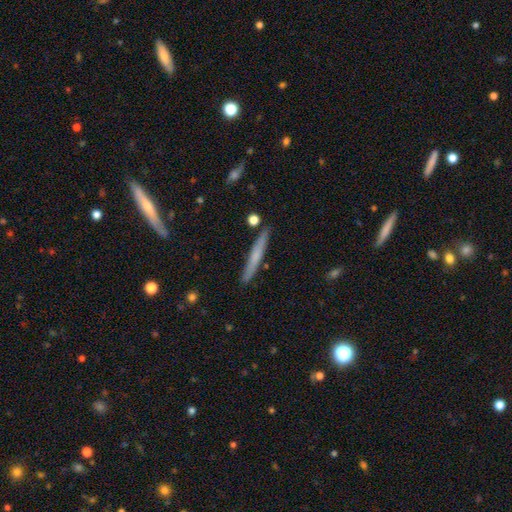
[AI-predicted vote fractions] smooth_or_featured: smooth (p=0.53) [alt: featured or disk p=0.41]
how_rounded: cigar-shaped (p=0.96) [alt: in between p=0.03]
merging: none (p=0.88) [alt: minor disturbance p=0.08]